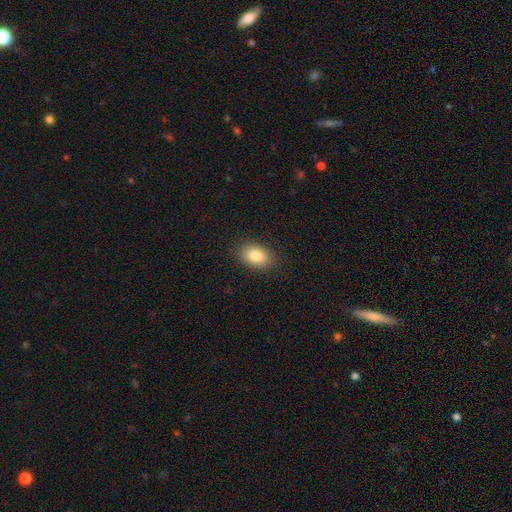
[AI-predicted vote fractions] Overall: smooth (84%). How rounded: in between (86%). Merging: none (87%).